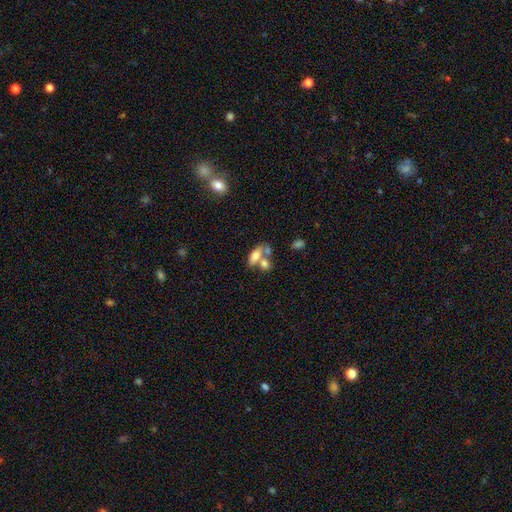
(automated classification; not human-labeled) Smooth or featured?
  - smooth: 68% *
  - featured or disk: 24%
  - star or artifact: 8%
How rounded?
  - in between: 79% *
  - cigar-shaped: 14%
  - round: 7%
Merging?
  - merger: 46% *
  - none: 36%
  - minor disturbance: 11%
  - major disturbance: 7%